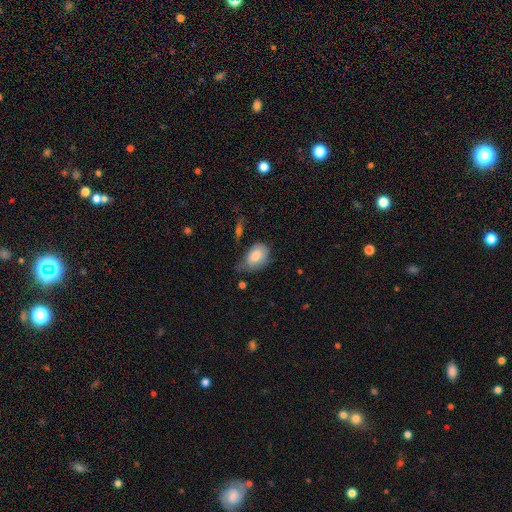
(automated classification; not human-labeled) Q: Smooth or featured?
A: smooth (75%); runner-up: featured or disk (18%)
Q: How rounded?
A: in between (84%); runner-up: round (15%)
Q: Merging?
A: none (42%); runner-up: minor disturbance (41%)